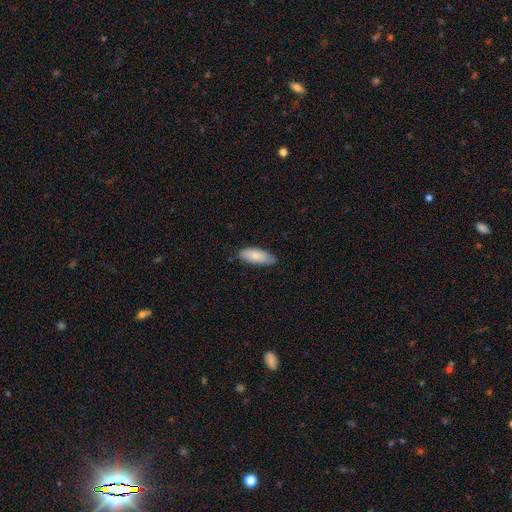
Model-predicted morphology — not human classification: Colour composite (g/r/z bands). It shows a smooth galaxy with no disk features (82%) that is in between round and cigar-shaped (75%). Merging: none (77%).